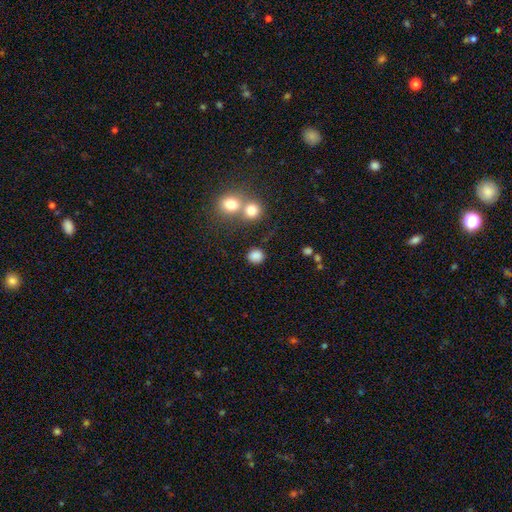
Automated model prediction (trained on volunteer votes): Overall: smooth (84%). How rounded: round (81%). Merging: none (76%).